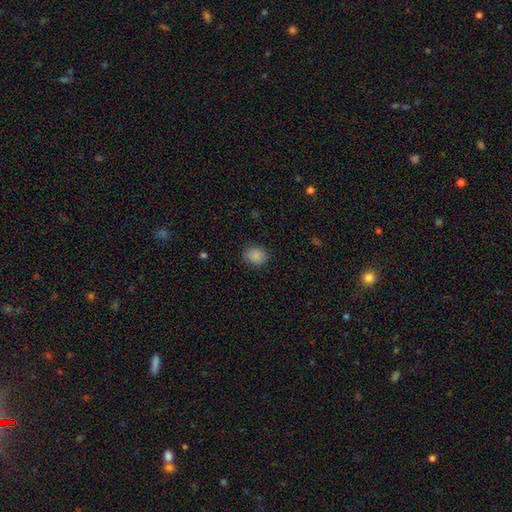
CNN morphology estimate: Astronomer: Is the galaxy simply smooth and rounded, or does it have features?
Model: smooth — 87%.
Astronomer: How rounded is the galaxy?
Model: round — 63%.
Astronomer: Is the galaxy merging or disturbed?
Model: none — 84%.